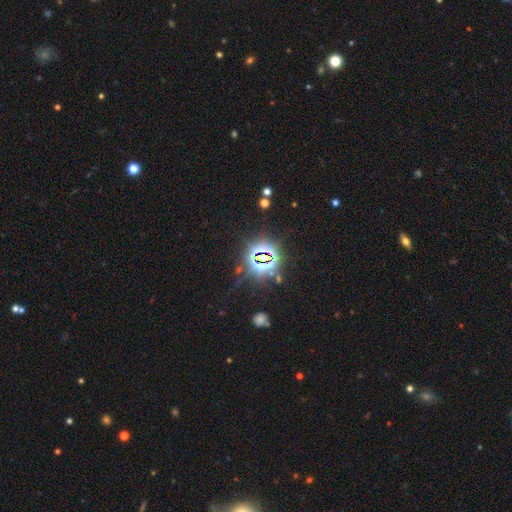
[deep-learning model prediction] The model was most divided on "smooth or featured": star or artifact: 80%, smooth: 12%, featured or disk: 8%.